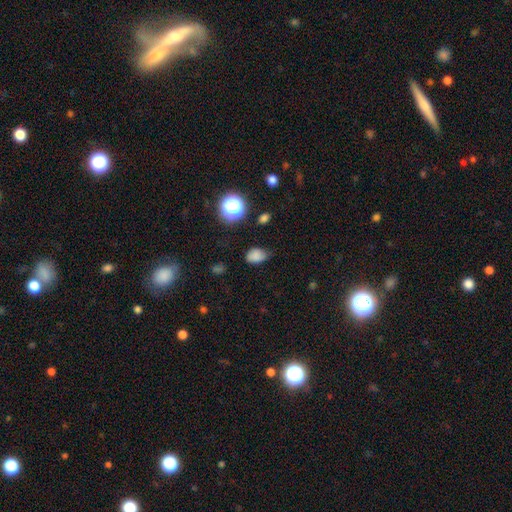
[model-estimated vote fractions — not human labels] Smooth or featured: smooth — 80% (star or artifact — 13%)
How rounded: in between — 77% (round — 21%)
Merging: none — 64% (minor disturbance — 28%)